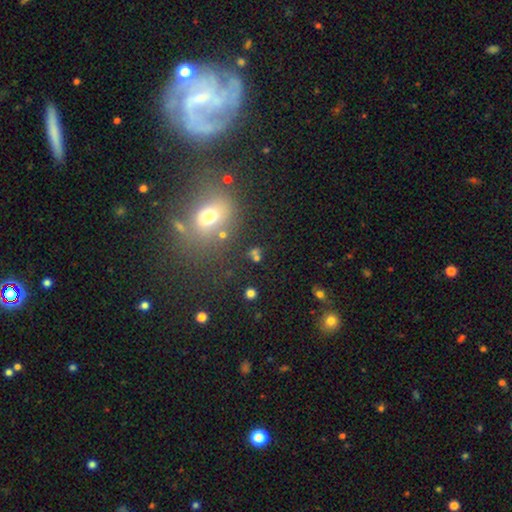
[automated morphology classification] This appears to be a smooth galaxy with no disk features (63%) that is round (68%). Merging: none (71%).